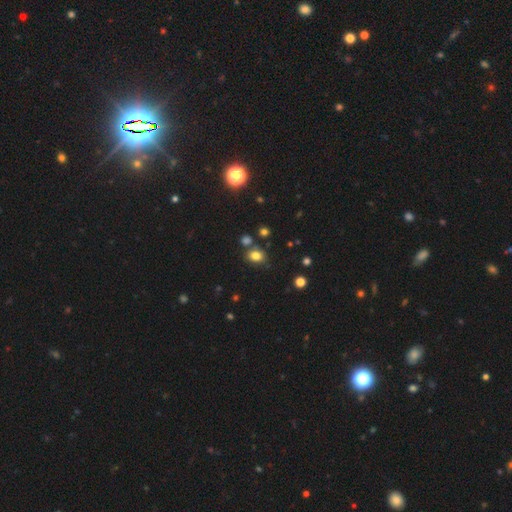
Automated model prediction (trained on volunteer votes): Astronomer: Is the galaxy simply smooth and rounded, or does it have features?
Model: smooth — 79%.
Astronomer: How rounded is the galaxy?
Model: in between — 54% (runner-up: round, 45%).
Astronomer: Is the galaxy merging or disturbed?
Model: none — 71%.